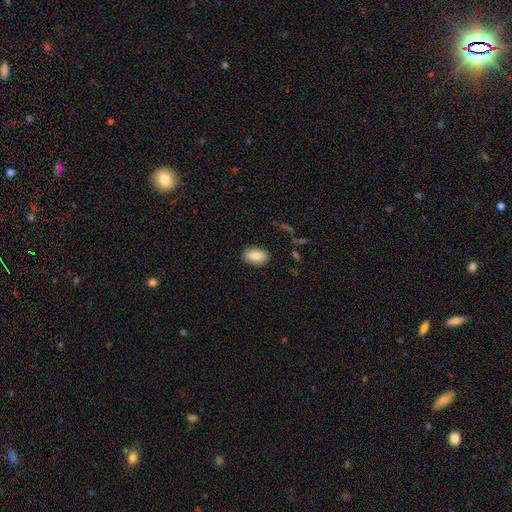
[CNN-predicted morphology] Smooth or featured? Predicted: smooth (p=0.82). How rounded? Predicted: in between (p=0.91). Merging? Predicted: none (p=0.86).